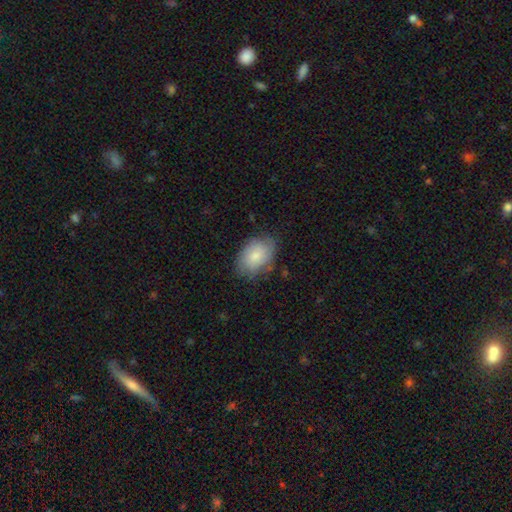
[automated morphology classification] Smooth or featured? smooth (70%)
How rounded? in between (85%)
Merging? none (72%)